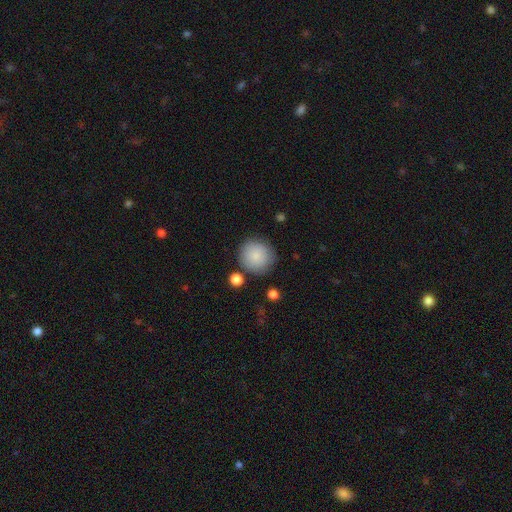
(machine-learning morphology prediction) The model was most divided on "merging": none: 81%, minor disturbance: 11%, merger: 4%, major disturbance: 3%. More confident: how rounded — round (92%); smooth or featured — smooth (87%).